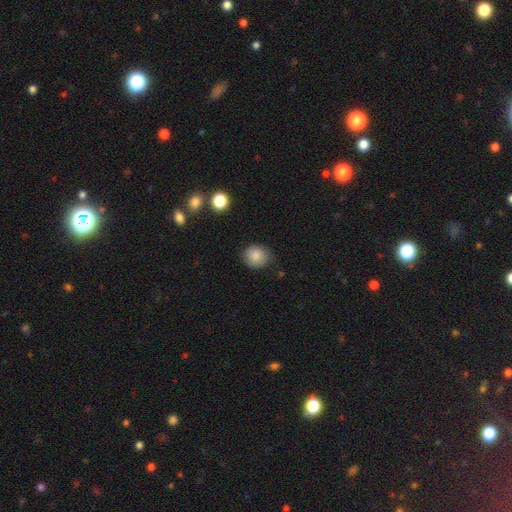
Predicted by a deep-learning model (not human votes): A smooth galaxy with no disk features (86%) that is round (76%). Merging: none (77%).